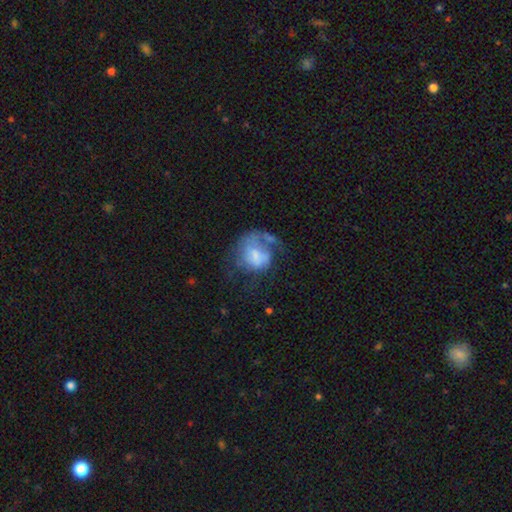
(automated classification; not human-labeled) Q: Smooth or featured?
A: featured or disk (54%); runner-up: smooth (38%)
Q: Edge-on disk?
A: no (98%); runner-up: yes (2%)
Q: Bar?
A: no (63%); runner-up: weak (31%)
Q: Spiral arms?
A: yes (62%); runner-up: no (38%)
Q: Bulge size?
A: small (34%); runner-up: moderate (31%)
Q: Merging?
A: major disturbance (46%); runner-up: none (30%)